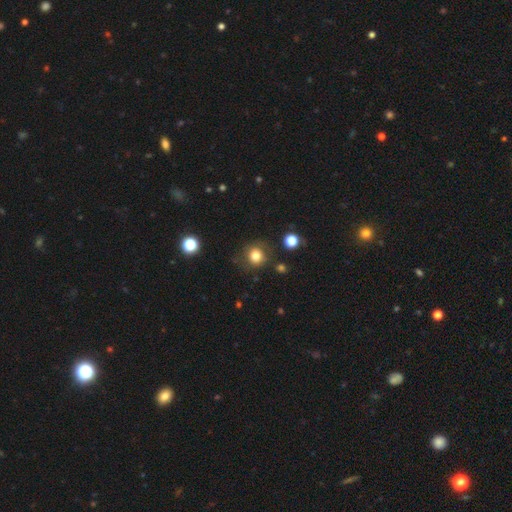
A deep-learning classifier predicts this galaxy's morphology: Q: Smooth or featured?
A: smooth (79%); runner-up: star or artifact (13%)
Q: How rounded?
A: round (86%); runner-up: in between (13%)
Q: Merging?
A: none (79%); runner-up: minor disturbance (13%)